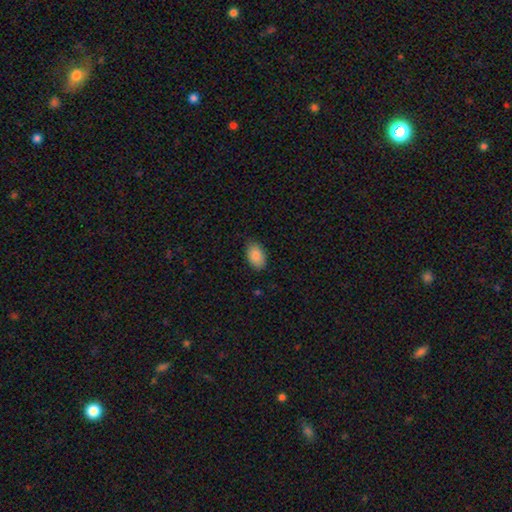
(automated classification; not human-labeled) Smooth or featured: smooth — 88% (star or artifact — 7%)
How rounded: in between — 92% (round — 7%)
Merging: none — 81% (minor disturbance — 16%)